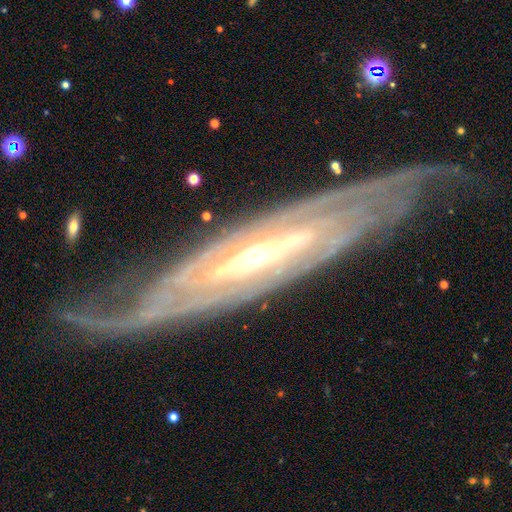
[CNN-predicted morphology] Q: Smooth or featured?
A: featured or disk (90%); runner-up: star or artifact (5%)
Q: Edge-on disk?
A: no (76%); runner-up: yes (24%)
Q: Bar?
A: strong (40%); runner-up: weak (34%)
Q: Spiral arms?
A: yes (95%); runner-up: no (5%)
Q: Spiral winding?
A: tight (70%); runner-up: medium (24%)
Q: Spiral arm count?
A: can't tell (38%); runner-up: 2 (28%)
Q: Bulge size?
A: small (59%); runner-up: moderate (36%)
Q: Merging?
A: none (69%); runner-up: minor disturbance (18%)